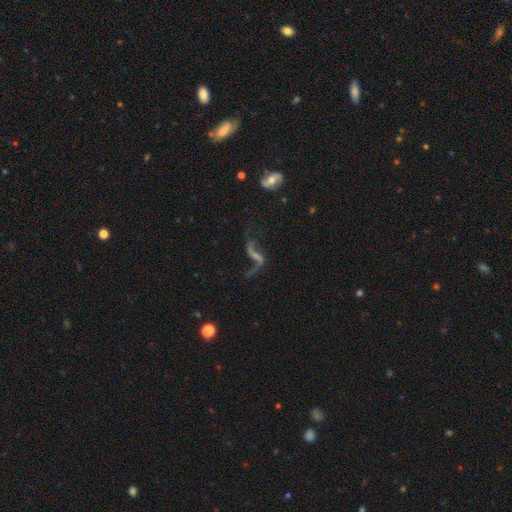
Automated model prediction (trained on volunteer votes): Q: Smooth or featured?
A: featured or disk (80%); runner-up: star or artifact (12%)
Q: Edge-on disk?
A: no (93%); runner-up: yes (7%)
Q: Bar?
A: strong (34%); runner-up: weak (33%)
Q: Spiral arms?
A: yes (88%); runner-up: no (12%)
Q: Spiral winding?
A: loose (93%); runner-up: medium (6%)
Q: Spiral arm count?
A: 2 (86%); runner-up: 1 (9%)
Q: Bulge size?
A: none (54%); runner-up: small (33%)
Q: Merging?
A: none (55%); runner-up: major disturbance (22%)